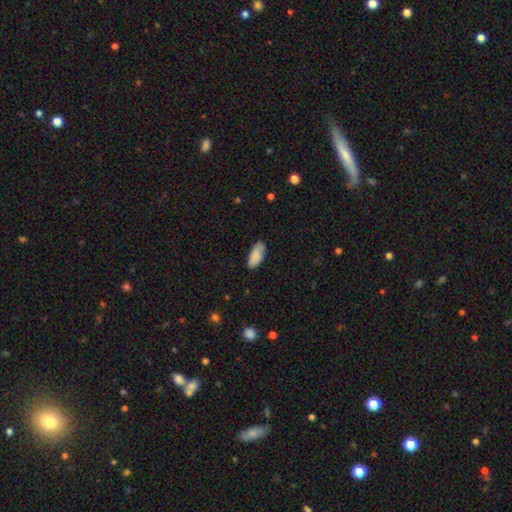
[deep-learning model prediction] This appears to be a smooth galaxy with no disk features (89%) that is in between round and cigar-shaped (90%). Merging: none (83%).